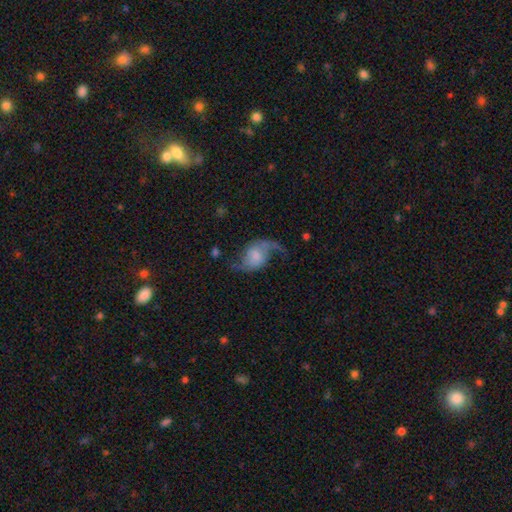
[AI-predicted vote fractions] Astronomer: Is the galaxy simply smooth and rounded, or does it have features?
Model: featured or disk — 80%.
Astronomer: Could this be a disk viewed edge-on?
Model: no — 97%.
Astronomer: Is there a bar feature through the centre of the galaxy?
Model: no — 55% (runner-up: weak, 36%).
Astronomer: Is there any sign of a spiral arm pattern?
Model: yes — 95%.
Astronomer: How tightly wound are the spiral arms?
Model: loose — 79%.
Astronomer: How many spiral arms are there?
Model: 2 — 92%.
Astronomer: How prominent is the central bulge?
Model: small — 30%, tied with moderate at 30%.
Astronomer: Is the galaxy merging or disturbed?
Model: none — 61%.